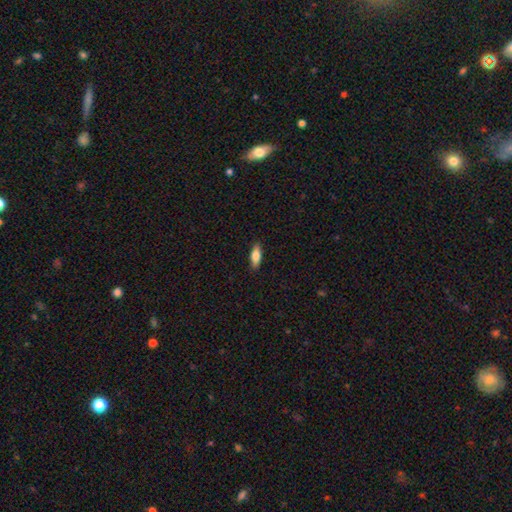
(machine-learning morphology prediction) Smooth or featured? smooth (78%)
How rounded? in between (69%)
Merging? none (88%)